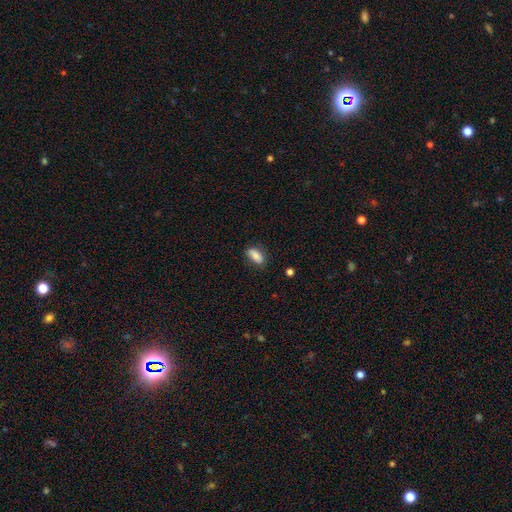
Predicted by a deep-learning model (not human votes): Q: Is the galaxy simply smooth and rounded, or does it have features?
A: smooth — 82%.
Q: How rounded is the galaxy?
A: in between — 87%.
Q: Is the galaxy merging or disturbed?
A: none — 78%.